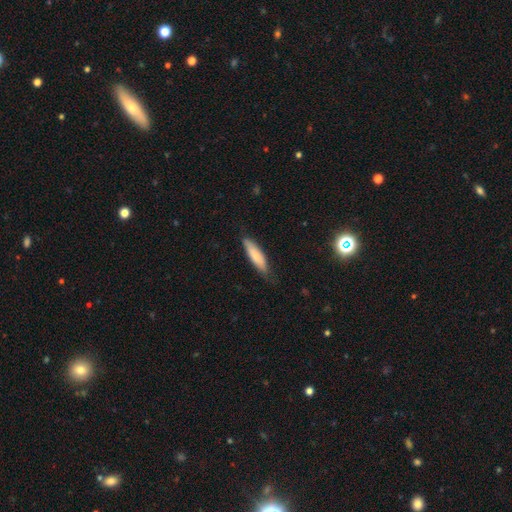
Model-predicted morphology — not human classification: Smooth or featured? smooth (76%)
How rounded? cigar-shaped (64%)
Merging? none (73%)